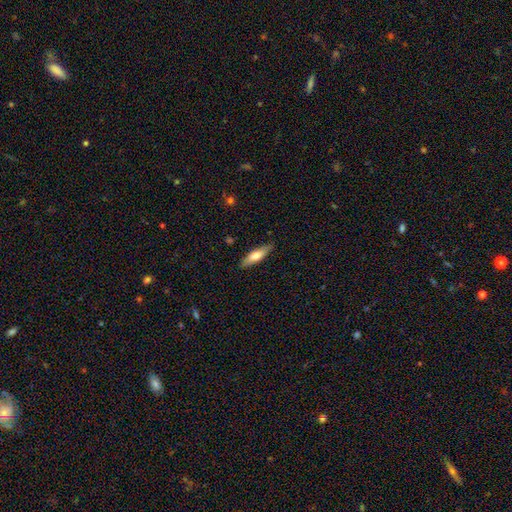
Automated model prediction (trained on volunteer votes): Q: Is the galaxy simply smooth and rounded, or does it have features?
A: smooth — 66%.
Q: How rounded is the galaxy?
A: cigar-shaped — 61%.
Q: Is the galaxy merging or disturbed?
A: none — 85%.